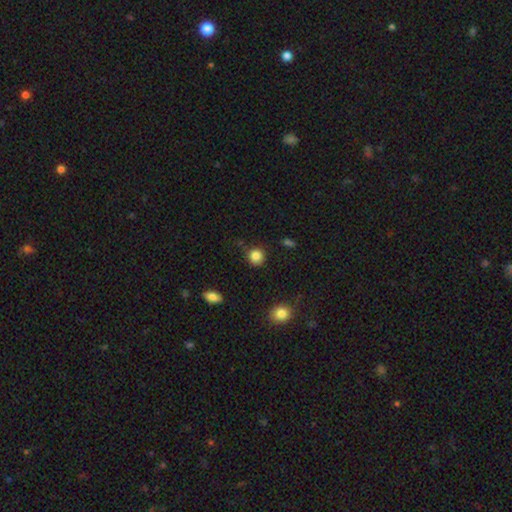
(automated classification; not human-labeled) Overall: smooth (85%). How rounded: round (88%). Merging: none (82%).